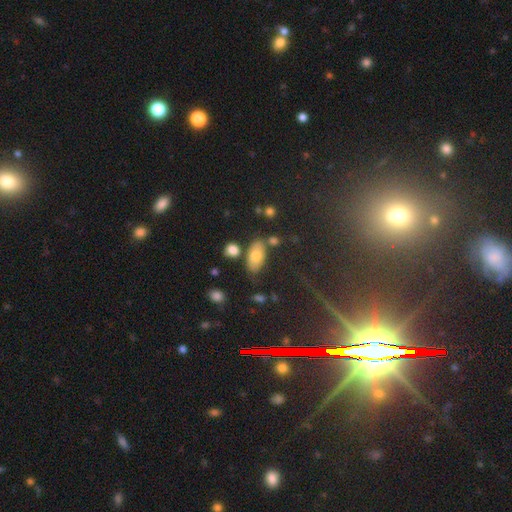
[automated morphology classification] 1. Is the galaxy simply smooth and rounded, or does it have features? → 74% smooth, 15% featured or disk, 10% star or artifact.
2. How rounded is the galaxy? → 91% in between, 5% round, 4% cigar-shaped.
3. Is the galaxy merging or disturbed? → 72% none, 16% minor disturbance, 8% merger, 4% major disturbance.